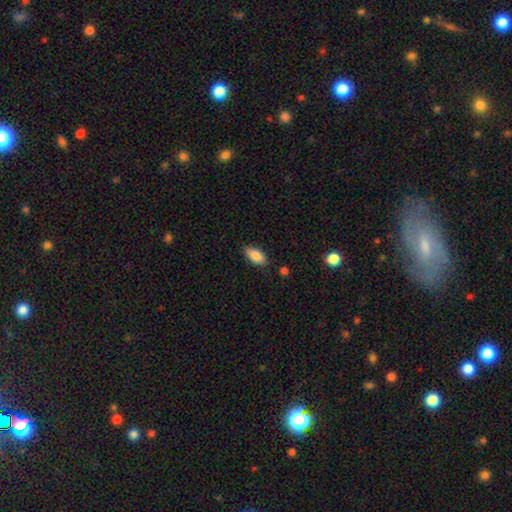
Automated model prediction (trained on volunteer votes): This is clearly a smooth galaxy (85%). How rounded: clearly in between (88%). Merging: clearly none (81%).